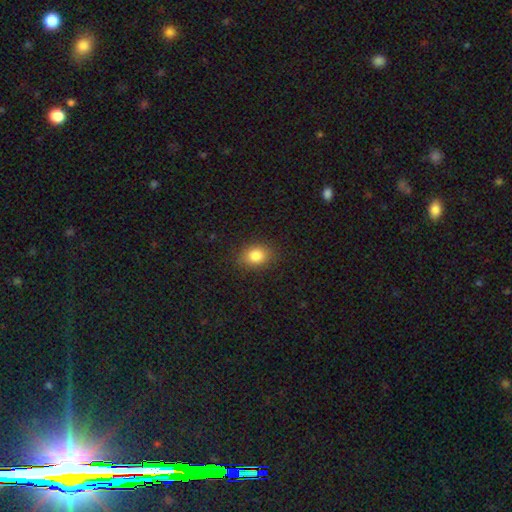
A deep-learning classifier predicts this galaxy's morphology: Q: Smooth or featured?
A: smooth (83%); runner-up: star or artifact (10%)
Q: How rounded?
A: in between (54%); runner-up: round (45%)
Q: Merging?
A: none (86%); runner-up: minor disturbance (10%)